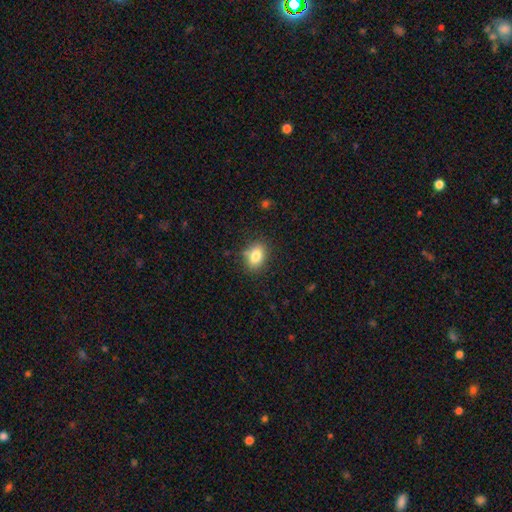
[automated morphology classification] type=smooth (82%); roundness=in between (71%); merging=none (81%).